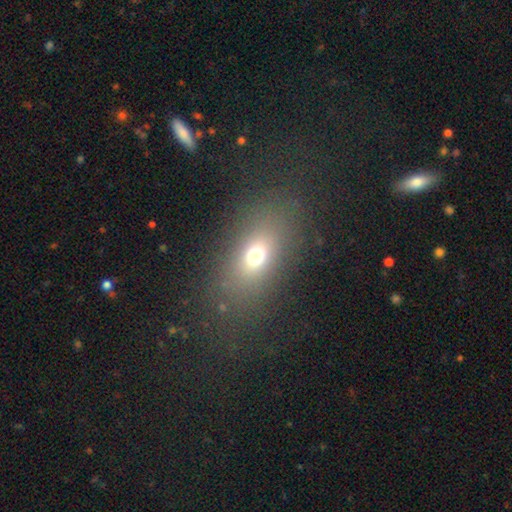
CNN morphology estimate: Smooth or featured? Predicted: smooth (p=0.67). How rounded? Predicted: in between (p=0.74). Merging? Predicted: none (p=0.81).